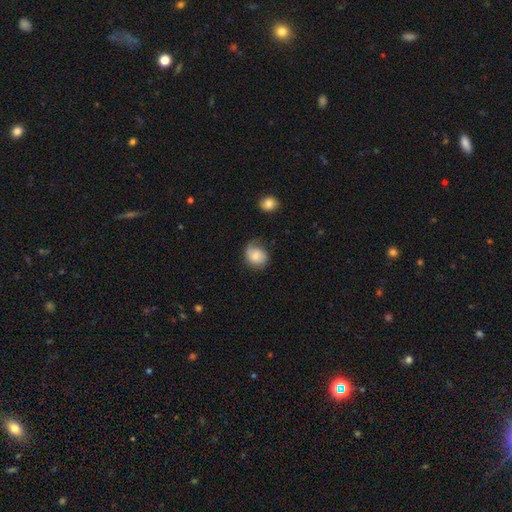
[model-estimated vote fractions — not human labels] A smooth galaxy with no disk features (66%) that is round (62%). Merging: none (50%).